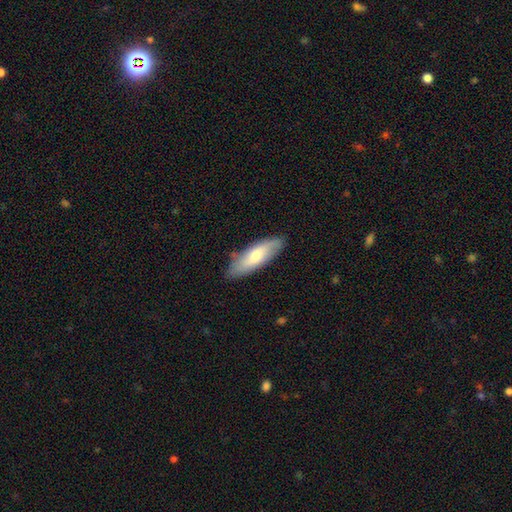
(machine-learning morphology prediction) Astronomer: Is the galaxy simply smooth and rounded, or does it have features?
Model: smooth — 63%.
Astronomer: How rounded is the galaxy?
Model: in between — 55% (runner-up: cigar-shaped, 43%).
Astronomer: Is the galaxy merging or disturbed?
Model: none — 83%.